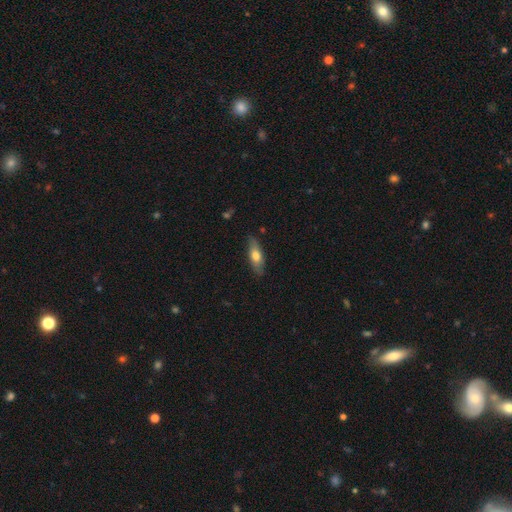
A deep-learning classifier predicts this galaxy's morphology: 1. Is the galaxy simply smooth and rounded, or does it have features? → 63% smooth, 31% featured or disk, 6% star or artifact.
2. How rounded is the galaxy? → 56% in between, 41% cigar-shaped, 3% round.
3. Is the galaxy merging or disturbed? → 81% none, 15% minor disturbance, 2% major disturbance, 1% merger.